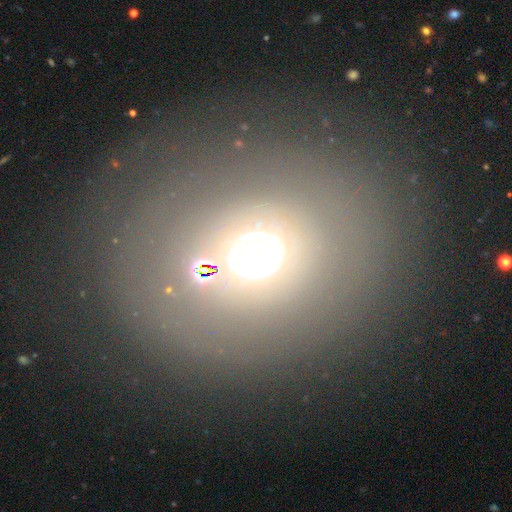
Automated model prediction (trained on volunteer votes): Morphology: type=smooth (49%); merging=none (75%).